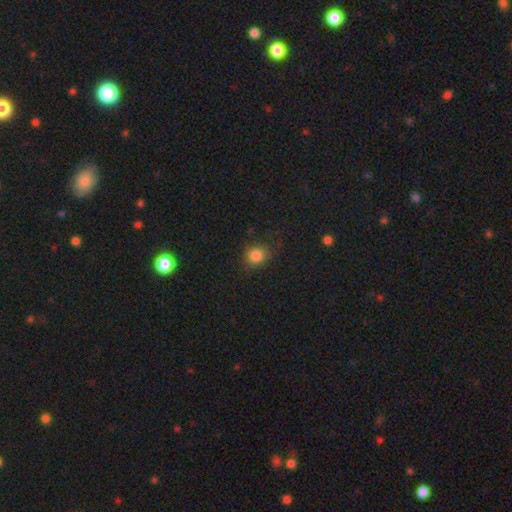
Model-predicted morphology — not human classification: smooth_or_featured: smooth (p=0.83) [alt: star or artifact p=0.12]
how_rounded: round (p=0.75) [alt: in between p=0.24]
merging: none (p=0.80) [alt: minor disturbance p=0.14]